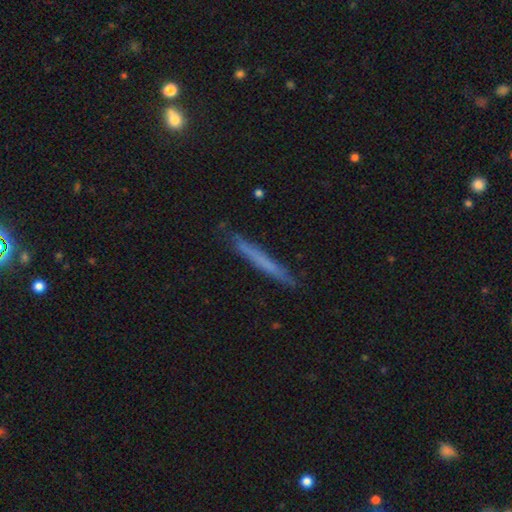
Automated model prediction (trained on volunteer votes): smooth_or_featured: smooth (p=0.55) [alt: featured or disk p=0.38]
how_rounded: cigar-shaped (p=0.97) [alt: in between p=0.02]
merging: none (p=0.88) [alt: minor disturbance p=0.09]